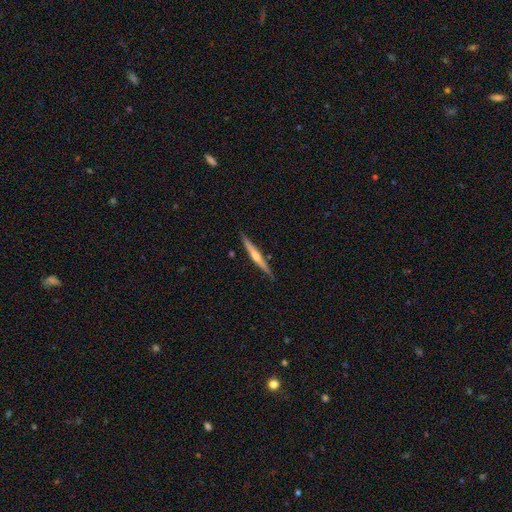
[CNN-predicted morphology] Q: Smooth or featured?
A: featured or disk (73%); runner-up: smooth (21%)
Q: Edge-on disk?
A: yes (98%); runner-up: no (2%)
Q: Edge-on bulge?
A: rounded (82%); runner-up: none (13%)
Q: Merging?
A: none (90%); runner-up: minor disturbance (7%)